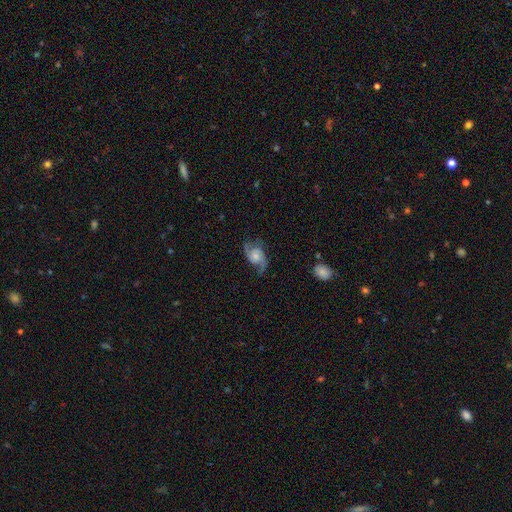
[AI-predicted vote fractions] This is clearly a featured or disk galaxy (84%). It is clearly not viewed edge-on (97%). Bar: likely no (67%). Spiral arm pattern: clearly yes (97%). Spiral arm count: clearly 2 (91%). Spiral winding: possibly medium (45%). Central bulge: marginally small (43%). Merging: likely none (70%).